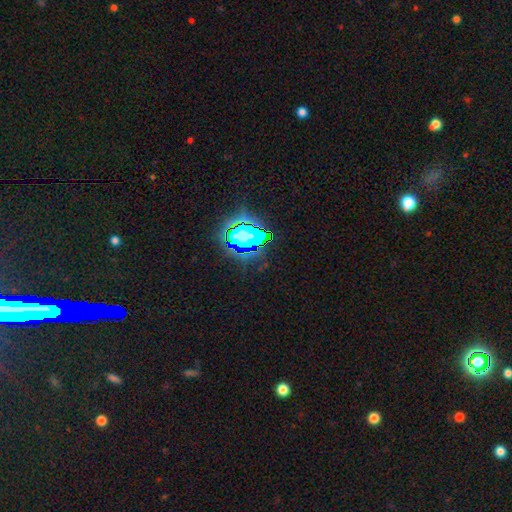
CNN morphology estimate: This appears to be a star or artifact, not a galaxy (78%).